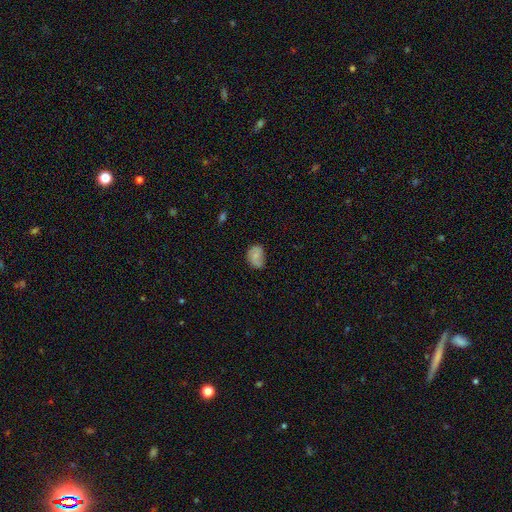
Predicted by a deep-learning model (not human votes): A smooth galaxy with no disk features (69%) that is in between round and cigar-shaped (69%).

Vote fractions:
- Smooth or featured? smooth: 69% / featured or disk: 22% / star or artifact: 8%
- How rounded? in between: 69% / round: 30% / cigar-shaped: 1%
- Merging? none: 57% / minor disturbance: 33% / major disturbance: 8% / merger: 2%